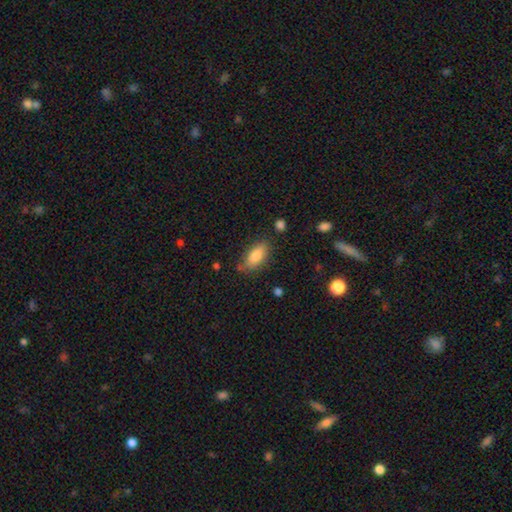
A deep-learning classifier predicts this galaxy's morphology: Smooth or featured: smooth — 83% (featured or disk — 10%)
How rounded: in between — 80% (cigar-shaped — 18%)
Merging: none — 76% (minor disturbance — 17%)